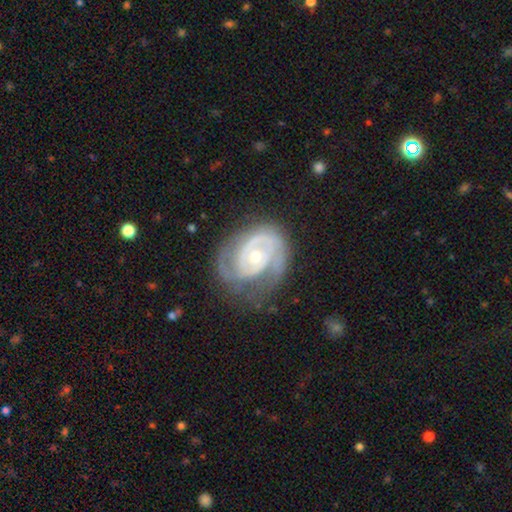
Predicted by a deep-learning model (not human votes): smooth-or-featured: featured or disk: 86% | smooth: 9% | star or artifact: 5%
  disk-edge-on: no: 97% | yes: 3%
    bar: no: 68% | weak: 25% | strong: 7%
    has-spiral-arms: yes: 92% | no: 8%
      spiral-winding: tight: 61% | medium: 31% | loose: 8%
      spiral-arm-count: 2: 51% | can't tell: 21% | 3: 12% | 1: 11% | 4: 3% | more than 4: 3%
    bulge-size: moderate: 48% (tied) | small: 48% (tied) | large: 2% | none: 1% | dominant: 1%
  merging: none: 59% | minor disturbance: 24% | major disturbance: 15% | merger: 2%